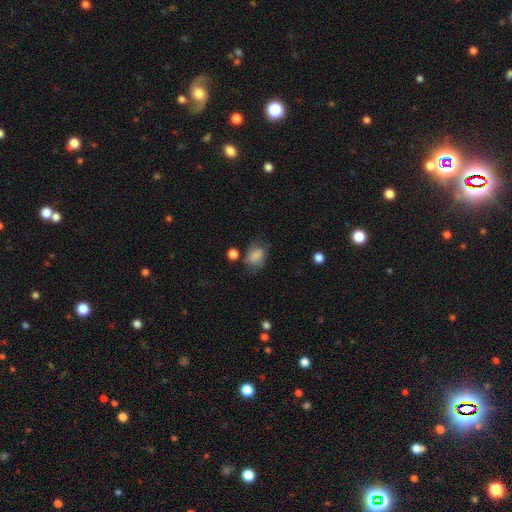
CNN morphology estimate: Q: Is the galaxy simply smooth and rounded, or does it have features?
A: smooth — 81%.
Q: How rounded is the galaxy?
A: in between — 67%.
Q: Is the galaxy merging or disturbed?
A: none — 57%.